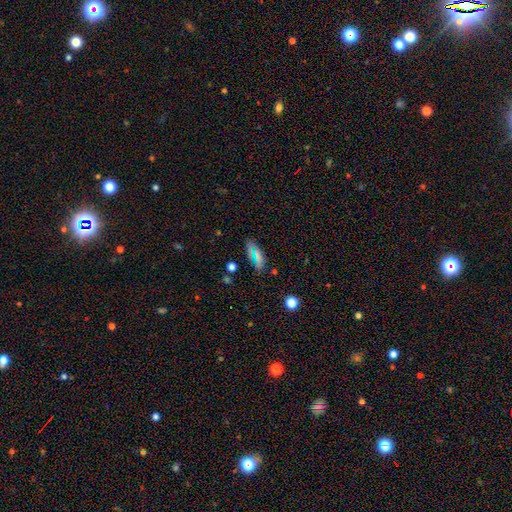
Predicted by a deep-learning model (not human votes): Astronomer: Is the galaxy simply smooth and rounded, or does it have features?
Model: smooth — 68%.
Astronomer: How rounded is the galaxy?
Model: in between — 69%.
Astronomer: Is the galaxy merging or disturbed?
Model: none — 81%.